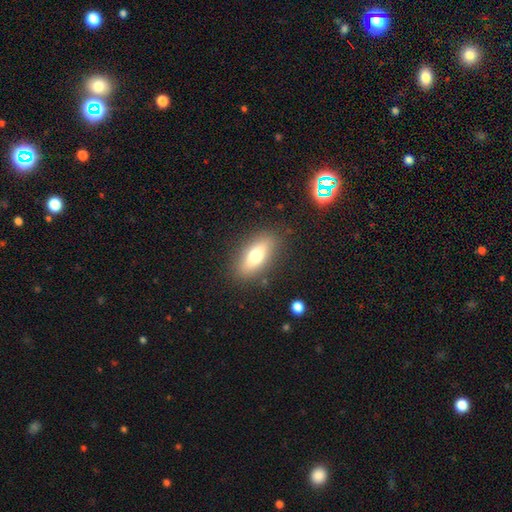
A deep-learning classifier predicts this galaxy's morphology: The model was most divided on "smooth or featured": smooth: 66%, featured or disk: 26%, star or artifact: 8%. More confident: merging — none (85%); how rounded — in between (73%).